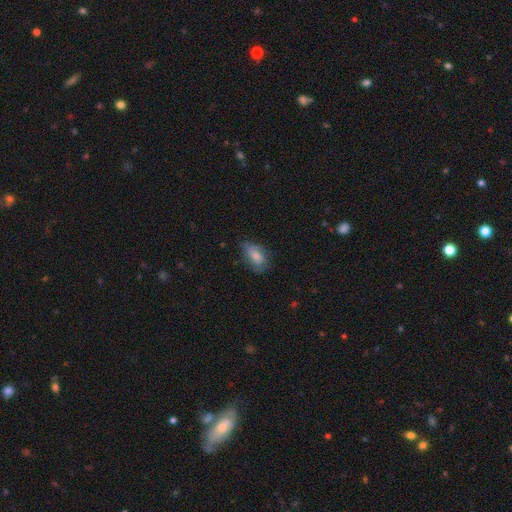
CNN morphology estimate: Smooth or featured? Predicted: smooth (p=0.71). How rounded? Predicted: in between (p=0.89). Merging? Predicted: none (p=0.61).